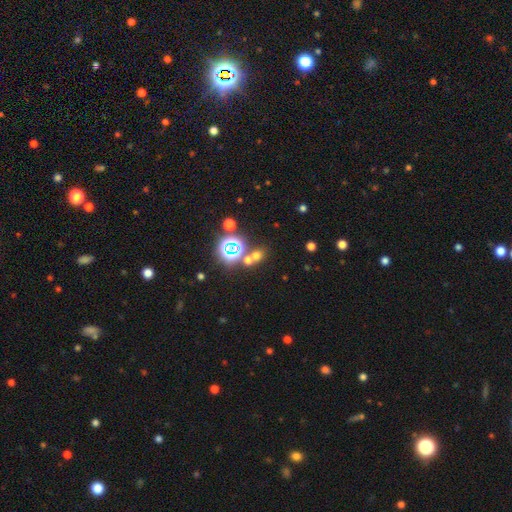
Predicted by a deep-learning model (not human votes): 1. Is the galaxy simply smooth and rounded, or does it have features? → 49% smooth, 42% star or artifact, 9% featured or disk.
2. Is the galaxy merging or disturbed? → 62% none, 25% merger, 8% minor disturbance, 4% major disturbance.